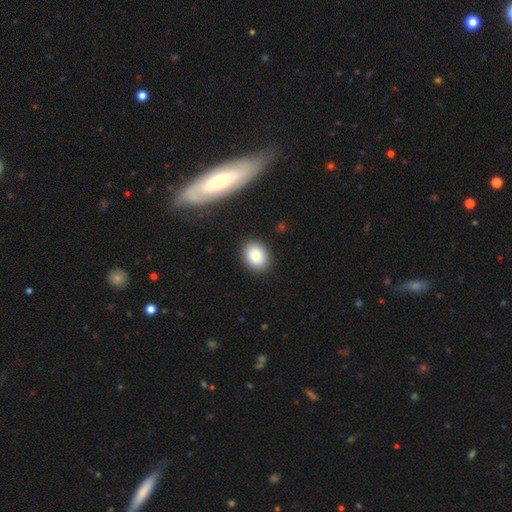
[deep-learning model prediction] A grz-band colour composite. It shows a smooth galaxy with no disk features (84%) that is in between round and cigar-shaped (52%). Merging: none (89%).